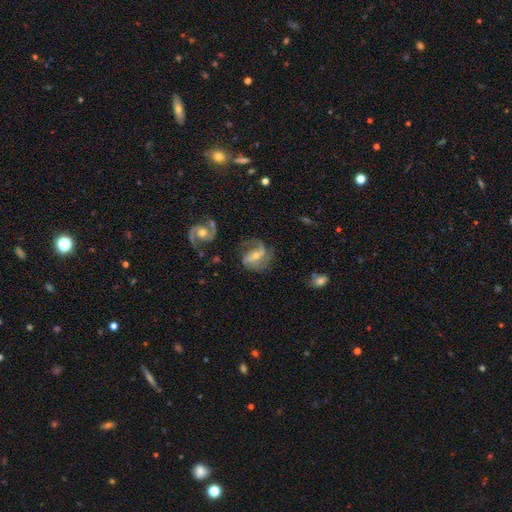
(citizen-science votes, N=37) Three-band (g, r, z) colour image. It shows a featured or disk galaxy (92%) with a strong bar (36%), 2 (88%) medium (67%) spiral arms (100%) and a moderate central bulge (55%). Merging: none (64%).